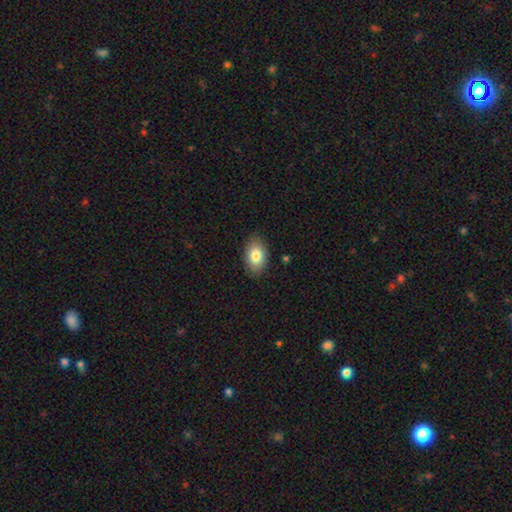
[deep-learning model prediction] smooth 82%, featured or disk 11%, star or artifact 7%. Down the decision tree: how rounded — in between (91%); merging — none (86%).